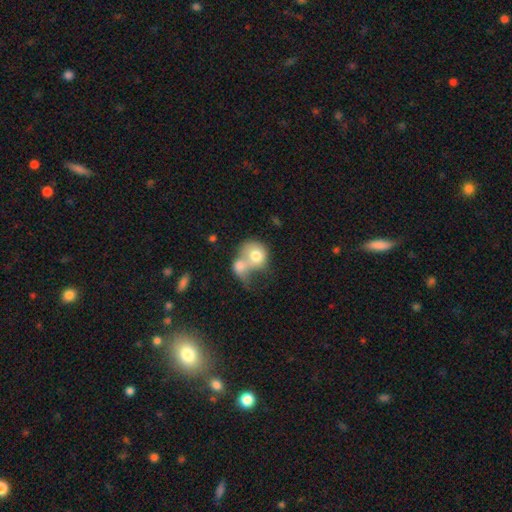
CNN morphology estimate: This is likely a smooth galaxy (70%). How rounded: likely round (67%). Merging: likely merger (74%).